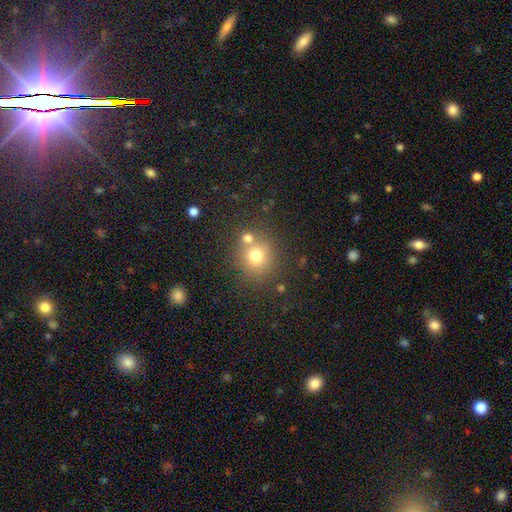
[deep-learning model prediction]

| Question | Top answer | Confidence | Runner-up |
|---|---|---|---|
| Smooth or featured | smooth | 73% | star or artifact (15%) |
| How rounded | round | 87% | in between (12%) |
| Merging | none | 64% | merger (23%) |